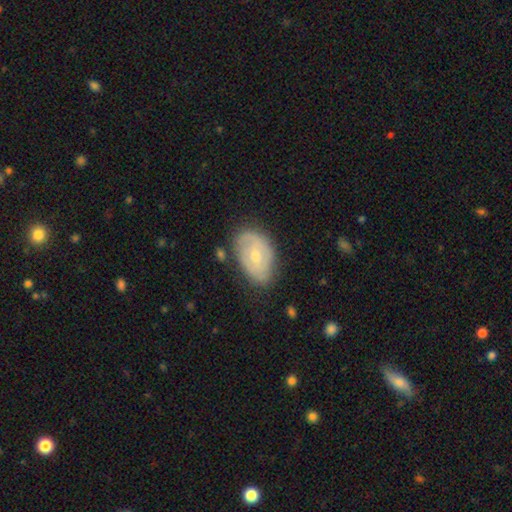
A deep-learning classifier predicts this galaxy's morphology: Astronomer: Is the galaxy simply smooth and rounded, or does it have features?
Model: featured or disk — 55% (runner-up: smooth, 39%).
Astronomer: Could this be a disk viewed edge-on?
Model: no — 94%.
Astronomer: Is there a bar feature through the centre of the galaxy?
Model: no — 64%.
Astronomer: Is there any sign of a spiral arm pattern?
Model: yes — 61% (runner-up: no, 39%).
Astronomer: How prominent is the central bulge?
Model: small — 49% (runner-up: moderate, 47%).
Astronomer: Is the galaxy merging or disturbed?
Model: none — 67%.